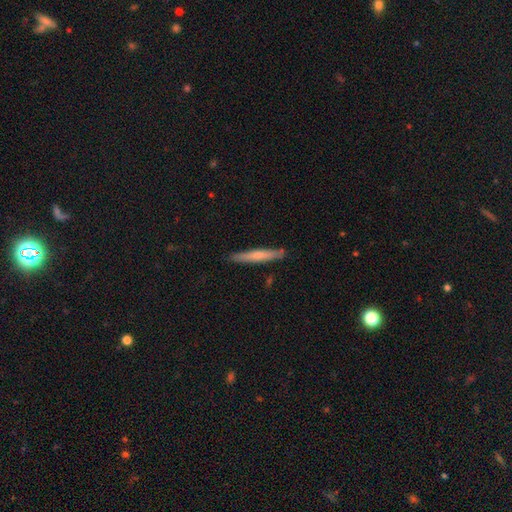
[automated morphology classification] smooth 58%, featured or disk 37%, star or artifact 6%. Down the decision tree: how rounded — cigar-shaped (95%); merging — none (89%).